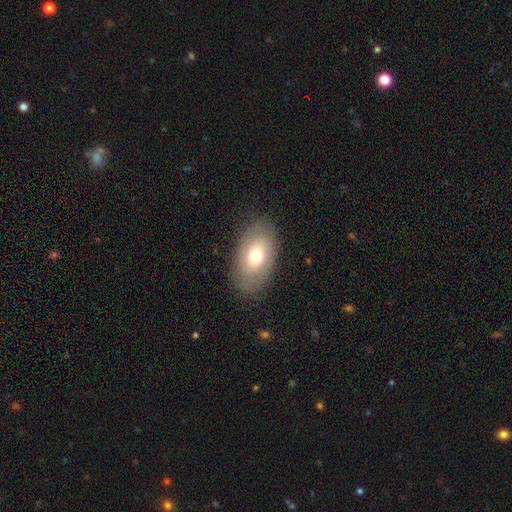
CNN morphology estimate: Overall: smooth (68%). How rounded: in between (90%). Merging: none (84%).